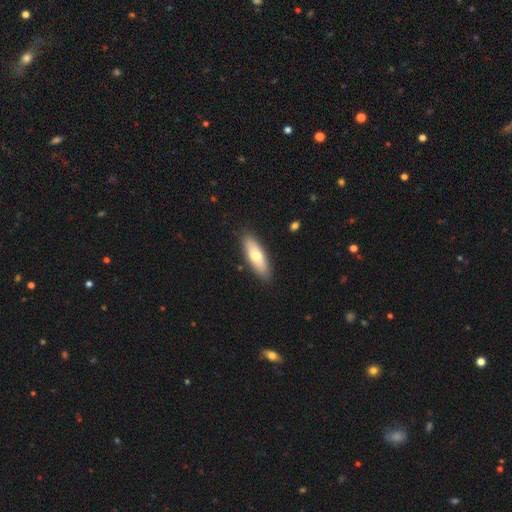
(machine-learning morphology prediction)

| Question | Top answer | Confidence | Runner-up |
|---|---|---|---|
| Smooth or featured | smooth | 64% | featured or disk (31%) |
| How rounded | in between | 57% | cigar-shaped (41%) |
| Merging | none | 87% | minor disturbance (10%) |